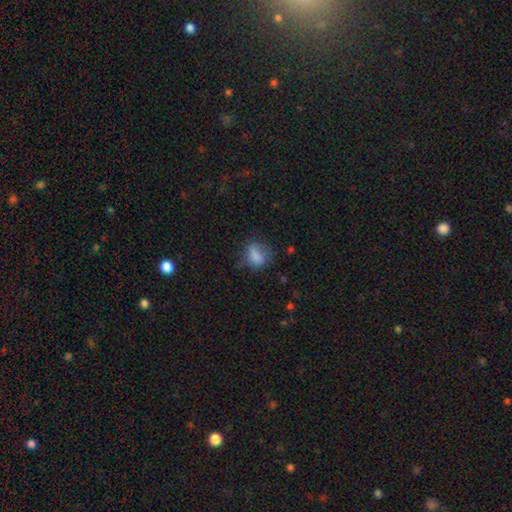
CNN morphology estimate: smooth-or-featured: smooth: 77% | featured or disk: 13% | star or artifact: 10%
  how-rounded: in between: 64% | round: 33% | cigar-shaped: 2%
  merging: none: 48% | minor disturbance: 31% | major disturbance: 19% | merger: 2%